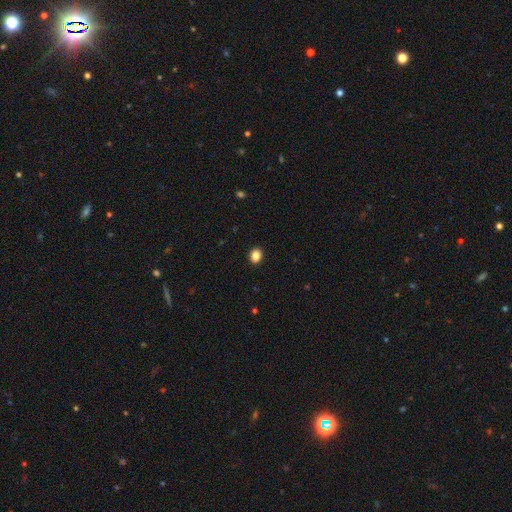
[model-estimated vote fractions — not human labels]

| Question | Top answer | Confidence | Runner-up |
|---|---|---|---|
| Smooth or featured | smooth | 86% | star or artifact (10%) |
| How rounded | in between | 52% | round (47%) |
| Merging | none | 91% | minor disturbance (6%) |